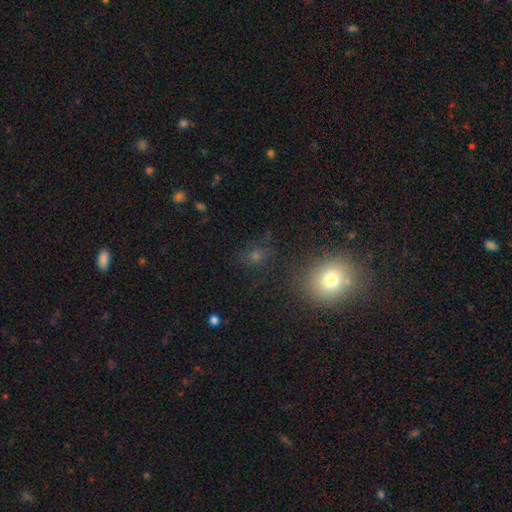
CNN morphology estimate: Smooth or featured? smooth (58%)
How rounded? round (71%)
Merging? none (76%)